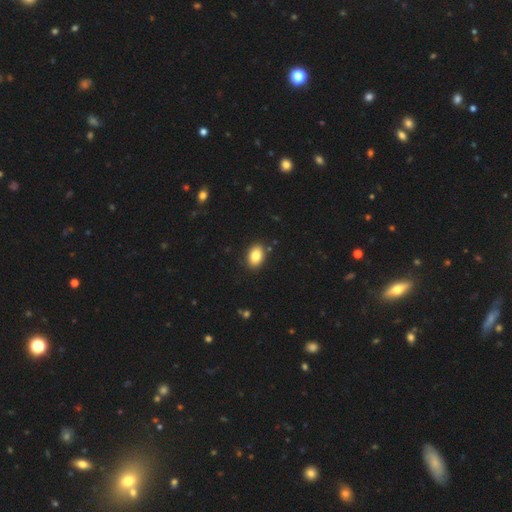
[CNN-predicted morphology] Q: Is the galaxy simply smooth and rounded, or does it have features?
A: smooth — 85%.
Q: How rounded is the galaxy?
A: in between — 84%.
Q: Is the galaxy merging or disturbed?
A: none — 88%.